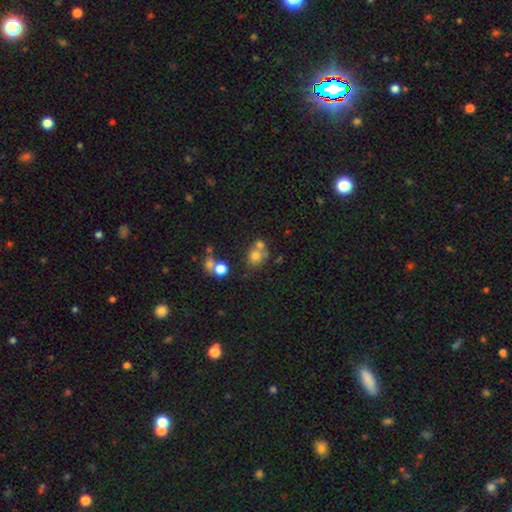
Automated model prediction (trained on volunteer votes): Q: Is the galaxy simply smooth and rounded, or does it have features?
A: smooth — 70%.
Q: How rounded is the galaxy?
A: round — 69%.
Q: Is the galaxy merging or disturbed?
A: none — 43%.